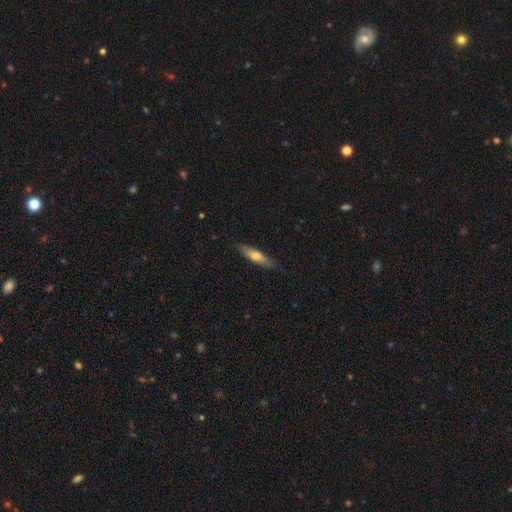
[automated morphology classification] This is likely a smooth galaxy (61%). How rounded: likely cigar-shaped (70%). Merging: clearly none (84%).